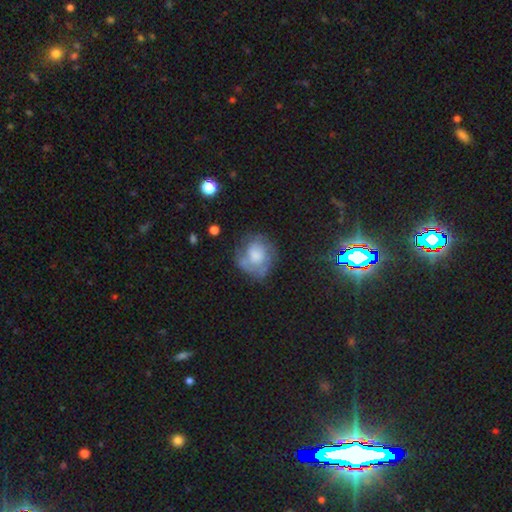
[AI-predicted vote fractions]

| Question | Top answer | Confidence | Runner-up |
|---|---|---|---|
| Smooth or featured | smooth | 50% | featured or disk (40%) |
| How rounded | round | 72% | in between (27%) |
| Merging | none | 51% | minor disturbance (27%) |